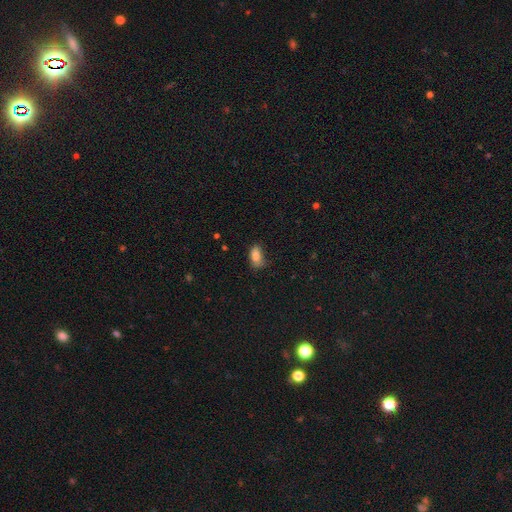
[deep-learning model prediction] A smooth galaxy with no disk features (83%) that is in between round and cigar-shaped (90%).

Vote fractions:
- Smooth or featured? smooth: 83% / star or artifact: 9% / featured or disk: 8%
- How rounded? in between: 90% / round: 6% / cigar-shaped: 4%
- Merging? none: 51% / minor disturbance: 35% / major disturbance: 11% / merger: 2%